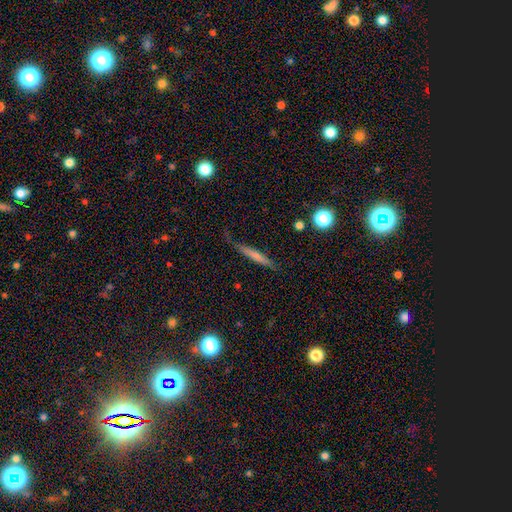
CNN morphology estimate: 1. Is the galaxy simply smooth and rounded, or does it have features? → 57% smooth, 35% featured or disk, 8% star or artifact.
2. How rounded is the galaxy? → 92% cigar-shaped, 5% in between, 2% round.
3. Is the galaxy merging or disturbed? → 71% none, 21% minor disturbance, 6% major disturbance, 2% merger.